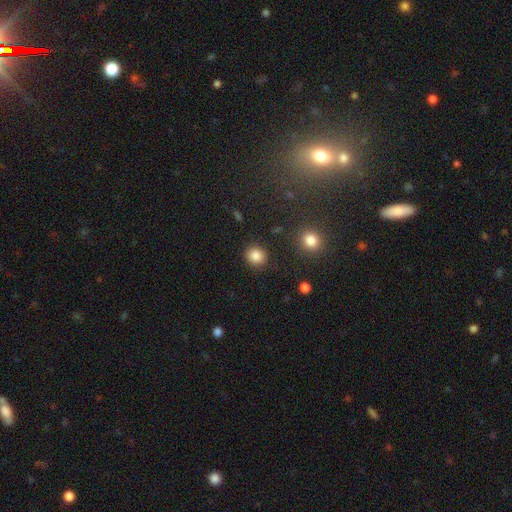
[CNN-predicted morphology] Q: Smooth or featured?
A: smooth (86%); runner-up: star or artifact (10%)
Q: How rounded?
A: round (79%); runner-up: in between (20%)
Q: Merging?
A: none (87%); runner-up: minor disturbance (8%)